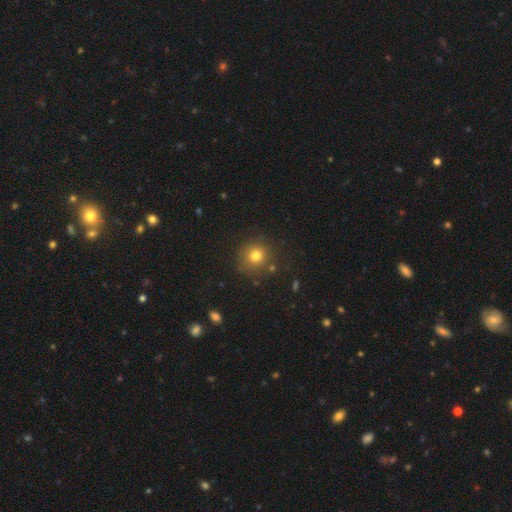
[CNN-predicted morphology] Smooth or featured? smooth (77%)
How rounded? round (91%)
Merging? none (83%)